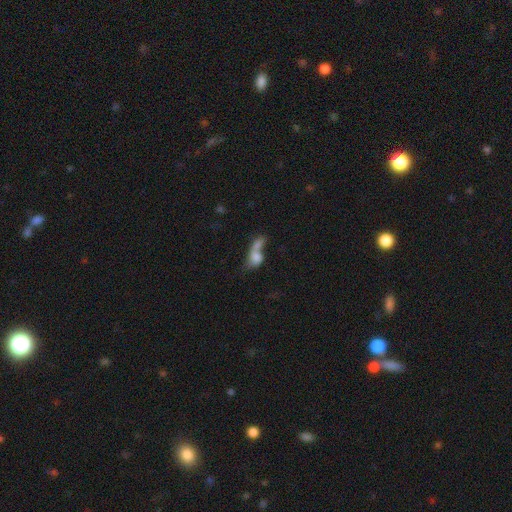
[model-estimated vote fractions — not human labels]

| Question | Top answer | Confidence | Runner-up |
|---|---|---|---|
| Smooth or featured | smooth | 68% | featured or disk (22%) |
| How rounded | in between | 67% | round (25%) |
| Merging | merger | 70% | none (13%) |